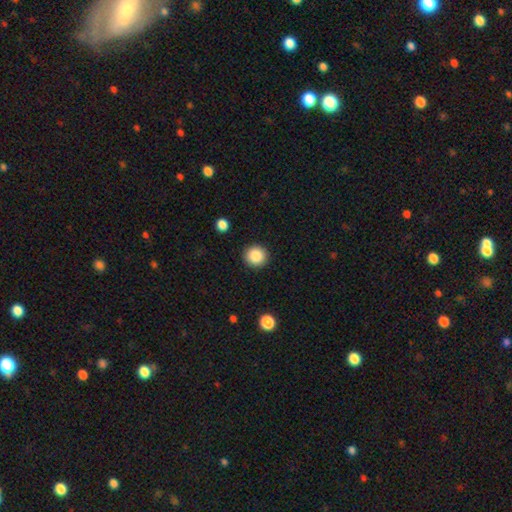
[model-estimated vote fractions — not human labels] A smooth galaxy with no disk features (86%) that is round (94%). Merging: none (92%).